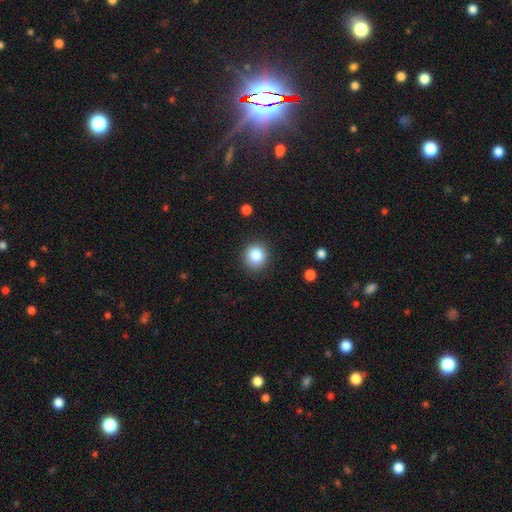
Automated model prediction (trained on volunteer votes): A smooth galaxy with no disk features (85%) that is round (90%).

Vote fractions:
- Smooth or featured? smooth: 85% / star or artifact: 10% / featured or disk: 6%
- How rounded? round: 90% / in between: 9% / cigar-shaped: 1%
- Merging? none: 89% / minor disturbance: 7% / major disturbance: 2% / merger: 1%